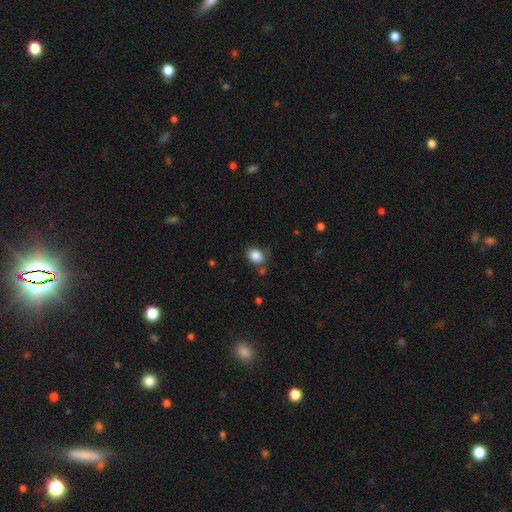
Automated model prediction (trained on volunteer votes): This is clearly a smooth galaxy (86%). How rounded: possibly in between (54%). Merging: likely none (73%).